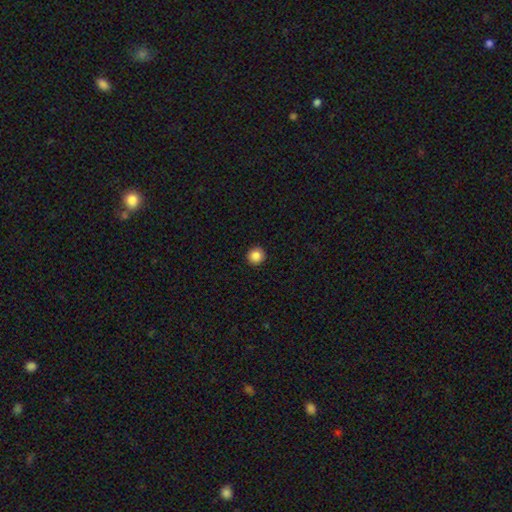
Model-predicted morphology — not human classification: Overall: smooth (87%). How rounded: round (96%). Merging: none (93%).